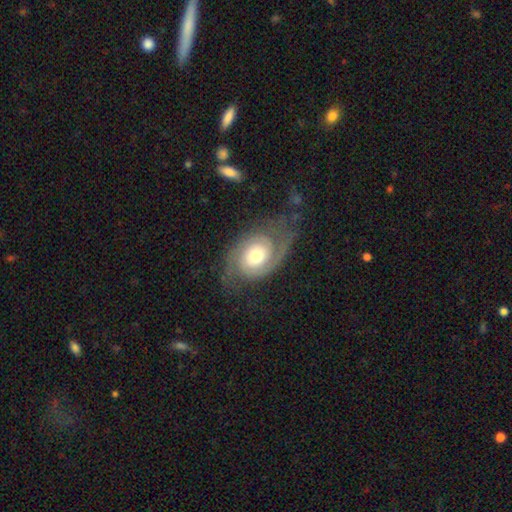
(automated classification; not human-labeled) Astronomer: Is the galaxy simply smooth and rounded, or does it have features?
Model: featured or disk — 81%.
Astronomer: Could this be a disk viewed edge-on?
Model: no — 96%.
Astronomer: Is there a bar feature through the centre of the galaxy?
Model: no — 74%.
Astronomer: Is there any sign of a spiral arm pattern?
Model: yes — 95%.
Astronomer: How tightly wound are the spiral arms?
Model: tight — 44% (runner-up: medium, 38%).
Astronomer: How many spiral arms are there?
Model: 2 — 79%.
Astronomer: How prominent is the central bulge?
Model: moderate — 68%.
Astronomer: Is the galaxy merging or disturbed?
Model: none — 65%.